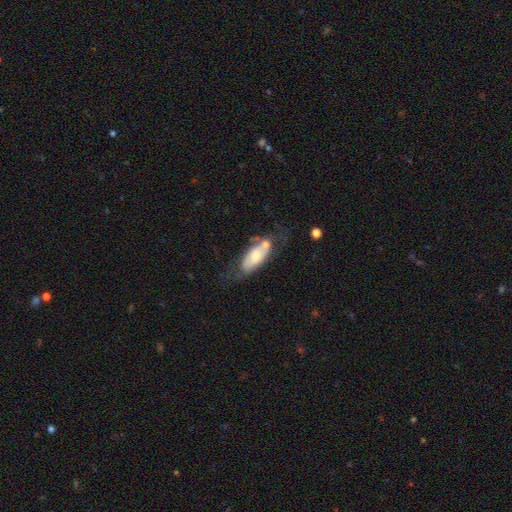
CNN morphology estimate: Overall: smooth (54%; featured or disk 39%). How rounded: in between (79%). Merging: none (45%; minor disturbance 26%).